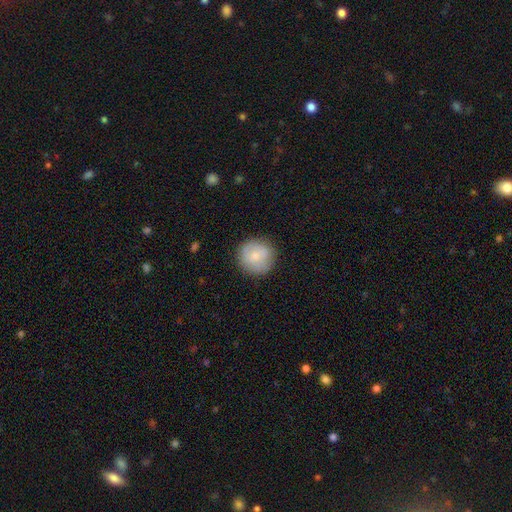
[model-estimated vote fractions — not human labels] Smooth or featured: smooth — 72% (featured or disk — 21%)
How rounded: round — 93% (in between — 6%)
Merging: none — 84% (minor disturbance — 11%)